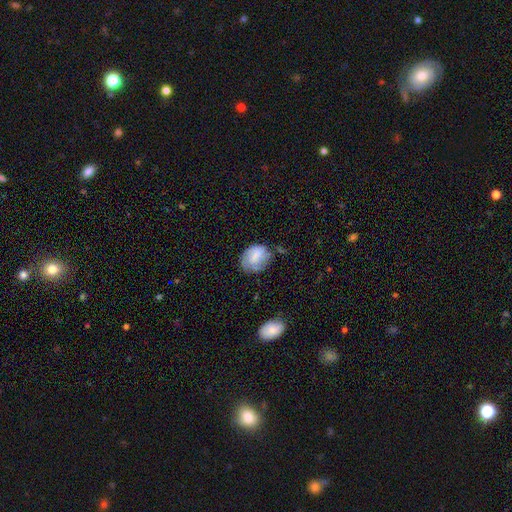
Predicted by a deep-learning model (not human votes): Overall: smooth (59%; featured or disk 32%). How rounded: in between (58%; round 41%). Merging: none (52%; minor disturbance 32%).